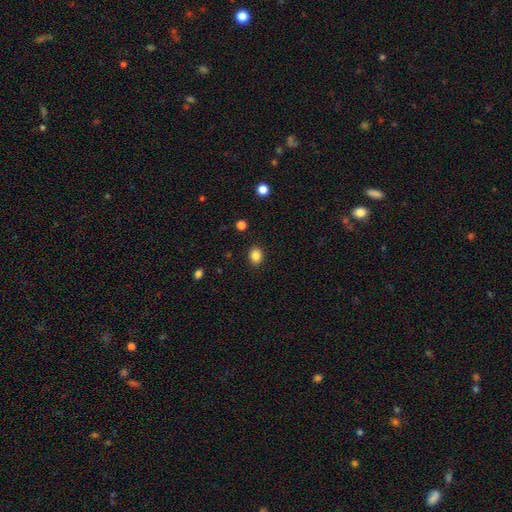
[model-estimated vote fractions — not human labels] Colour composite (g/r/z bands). It shows a smooth galaxy with no disk features (86%) that is round (50%). Merging: none (89%).